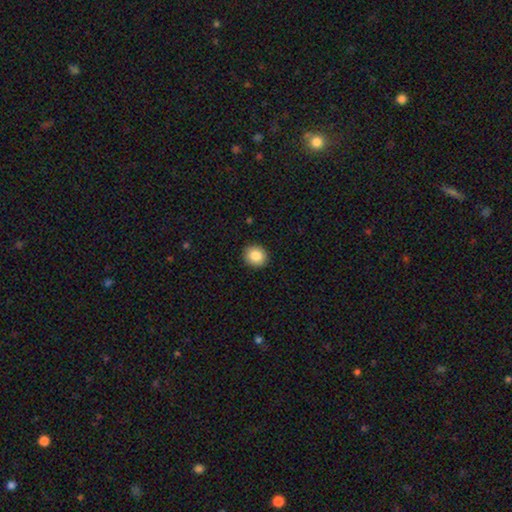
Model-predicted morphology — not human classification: smooth 86%, star or artifact 9%, featured or disk 6%. Down the decision tree: how rounded — round (79%); merging — none (92%).